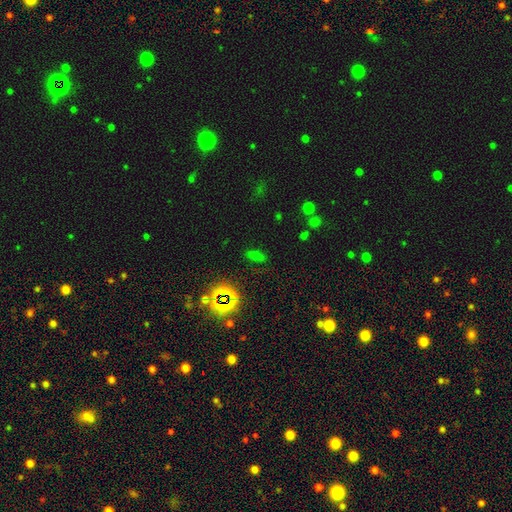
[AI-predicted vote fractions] Smooth or featured: smooth — 47% (star or artifact — 43%)
Merging: none — 79% (minor disturbance — 13%)